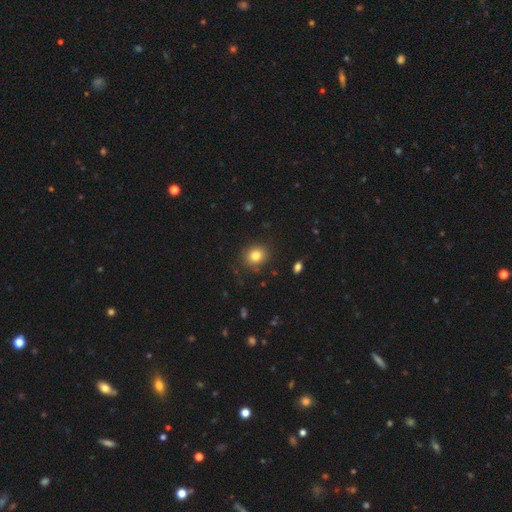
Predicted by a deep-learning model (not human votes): A smooth galaxy with no disk features (81%) that is round (73%). Merging: none (86%).